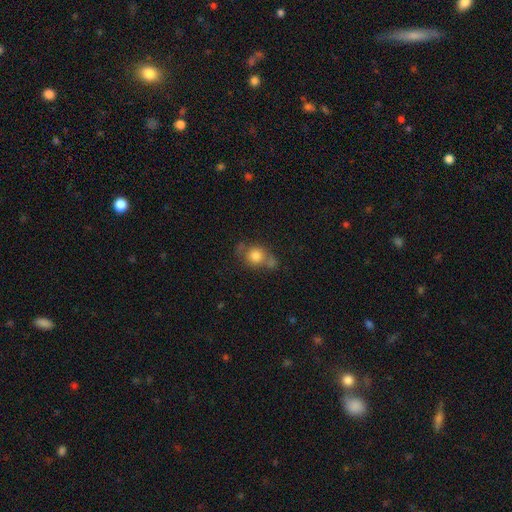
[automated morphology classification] smooth_or_featured: smooth (p=0.77) [alt: featured or disk p=0.13]
how_rounded: round (p=0.77) [alt: in between p=0.21]
merging: none (p=0.45) [alt: merger p=0.32]